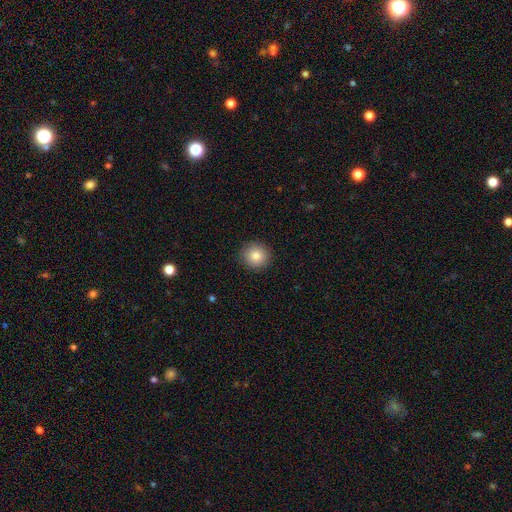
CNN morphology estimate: Smooth or featured: smooth — 85% (star or artifact — 9%)
How rounded: round — 92% (in between — 7%)
Merging: none — 90% (minor disturbance — 7%)